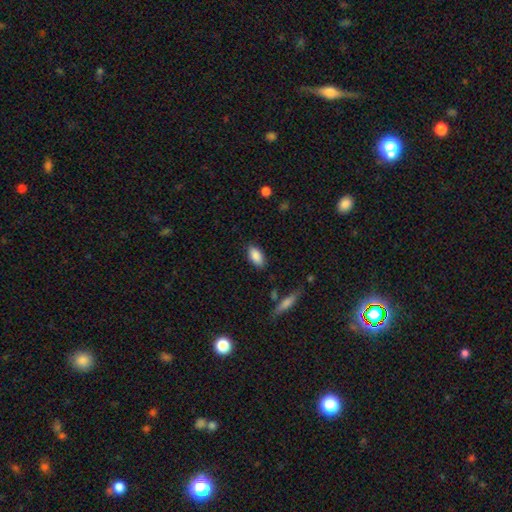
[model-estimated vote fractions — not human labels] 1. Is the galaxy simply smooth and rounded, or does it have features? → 88% smooth, 7% star or artifact, 6% featured or disk.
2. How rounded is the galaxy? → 91% in between, 6% cigar-shaped, 3% round.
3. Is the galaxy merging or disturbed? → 84% none, 12% minor disturbance, 3% major disturbance, 2% merger.